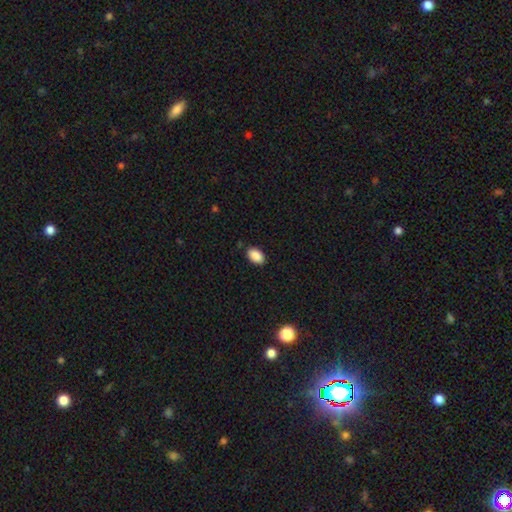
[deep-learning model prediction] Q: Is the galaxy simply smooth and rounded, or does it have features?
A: smooth — 90%.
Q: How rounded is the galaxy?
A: in between — 92%.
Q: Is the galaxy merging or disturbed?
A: none — 86%.